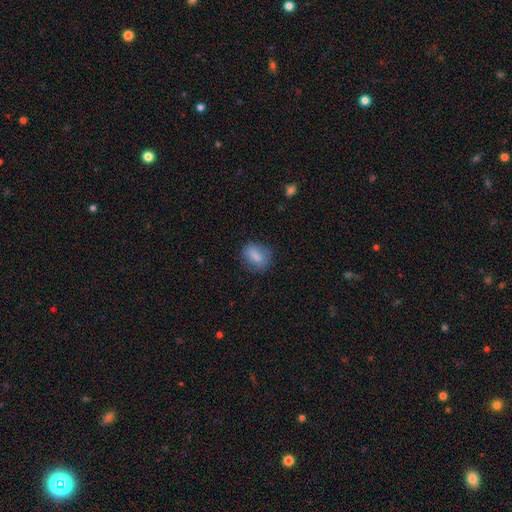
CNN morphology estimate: type=smooth (81%); roundness=in between (61%); merging=none (75%).